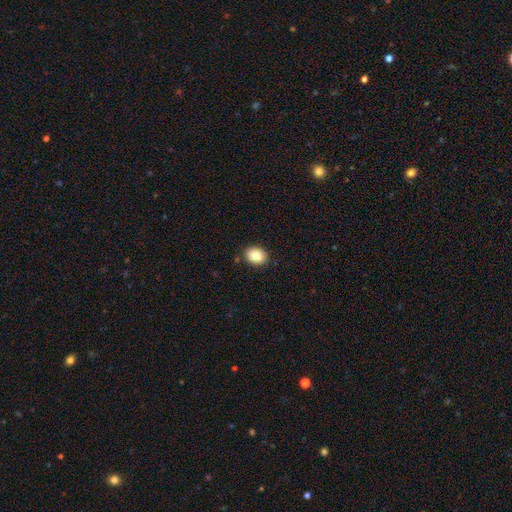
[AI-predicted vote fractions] A smooth galaxy with no disk features (84%) that is in between round and cigar-shaped (57%).

Vote fractions:
- Smooth or featured? smooth: 84% / star or artifact: 9% / featured or disk: 7%
- How rounded? in between: 57% / round: 43% / cigar-shaped: 1%
- Merging? none: 89% / minor disturbance: 8% / major disturbance: 2% / merger: 1%